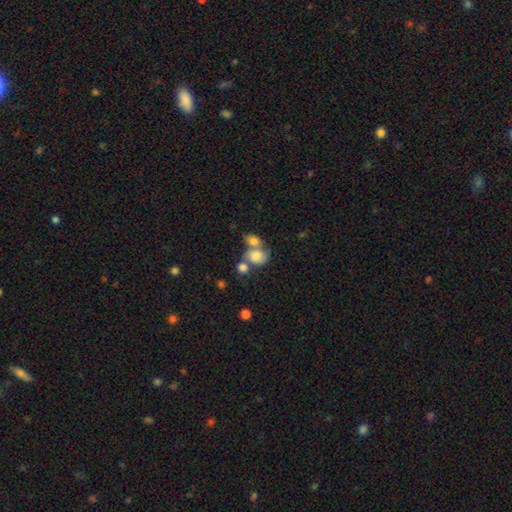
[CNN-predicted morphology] Smooth or featured?
  - smooth: 74% *
  - featured or disk: 16%
  - star or artifact: 9%
How rounded?
  - round: 50% *
  - in between: 49%
  - cigar-shaped: 1%
Merging?
  - merger: 57% *
  - none: 25%
  - minor disturbance: 11%
  - major disturbance: 7%